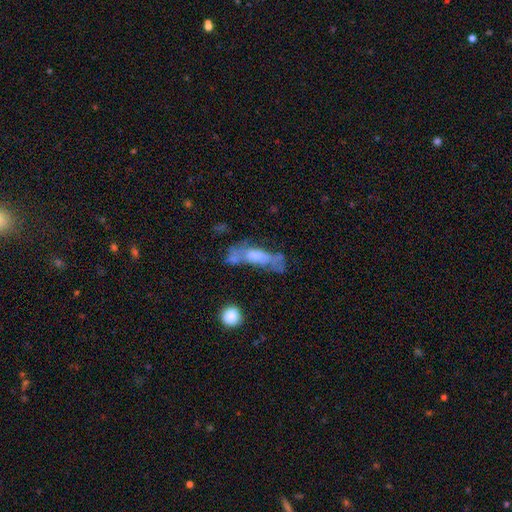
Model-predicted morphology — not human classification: featured or disk 52%, smooth 36%, star or artifact 13%. Down the decision tree: edge-on disk — no (74%); merging — none (34%).